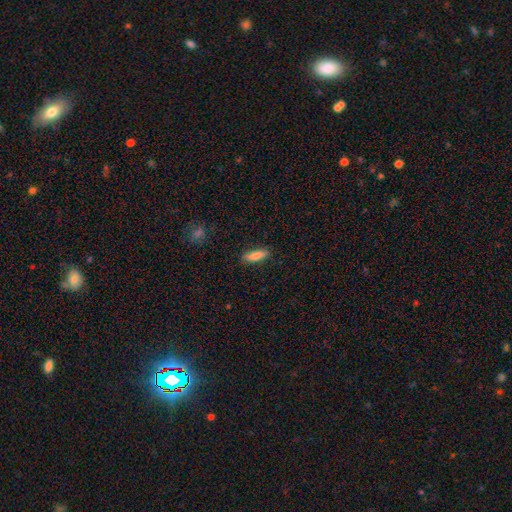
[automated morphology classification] smooth-or-featured: smooth: 85% | featured or disk: 9% | star or artifact: 6%
  how-rounded: cigar-shaped: 57% | in between: 41% | round: 2%
  merging: none: 87% | minor disturbance: 9% | major disturbance: 2% | merger: 1%